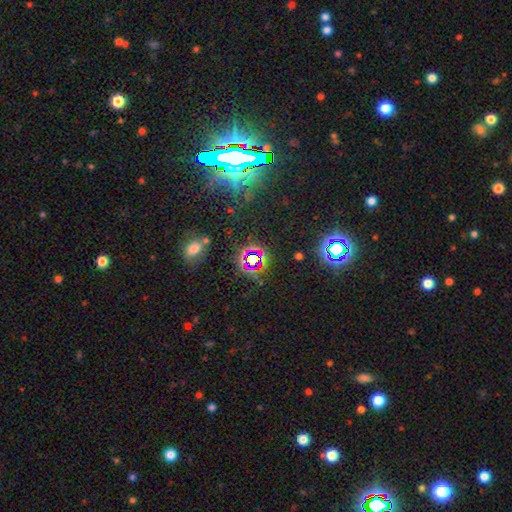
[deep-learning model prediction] Q: Smooth or featured?
A: star or artifact (75%); runner-up: smooth (17%)